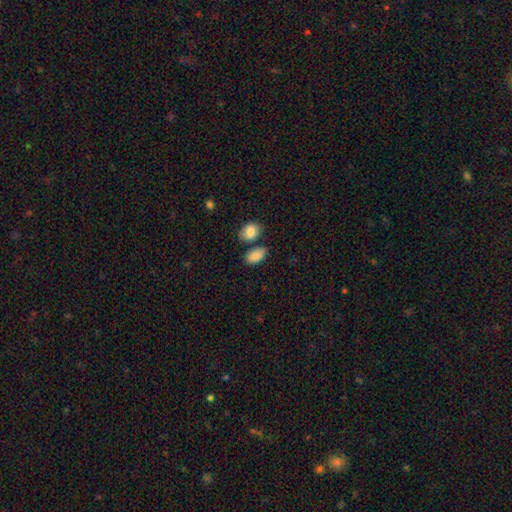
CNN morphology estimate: A smooth galaxy with no disk features (87%) that is in between round and cigar-shaped (91%).

Vote fractions:
- Smooth or featured? smooth: 87% / star or artifact: 8% / featured or disk: 5%
- How rounded? in between: 91% / round: 7% / cigar-shaped: 2%
- Merging? none: 67% / minor disturbance: 16% / merger: 13% / major disturbance: 4%